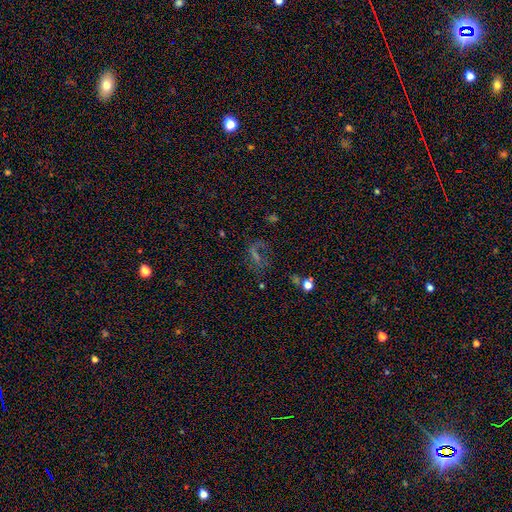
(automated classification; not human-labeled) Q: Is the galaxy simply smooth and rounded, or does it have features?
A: star or artifact — 42%.